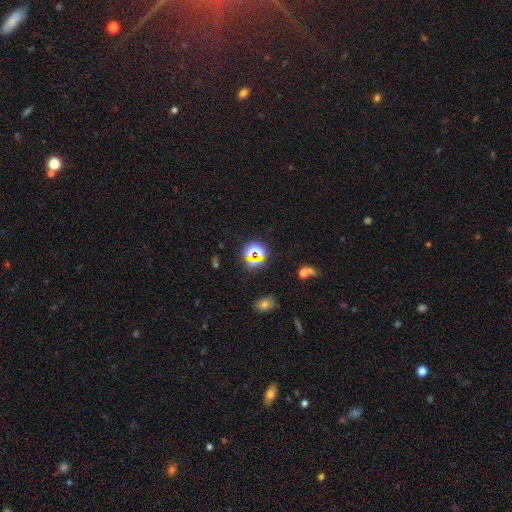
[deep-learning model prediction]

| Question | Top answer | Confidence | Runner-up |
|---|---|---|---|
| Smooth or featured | star or artifact | 65% | smooth (25%) |